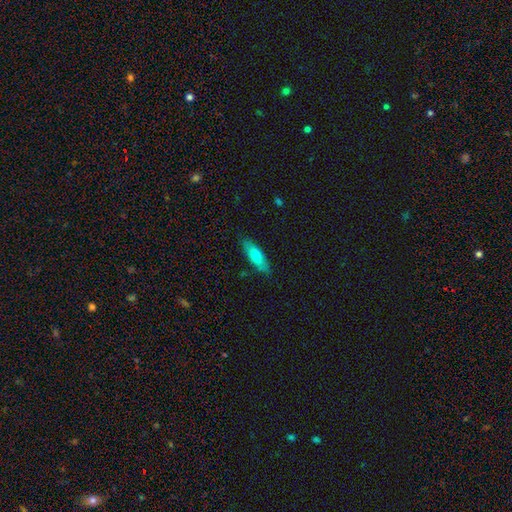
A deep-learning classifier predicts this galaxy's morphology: smooth_or_featured: smooth (p=0.74) [alt: featured or disk p=0.20]
how_rounded: in between (p=0.52) [alt: cigar-shaped p=0.47]
merging: none (p=0.82) [alt: minor disturbance p=0.14]